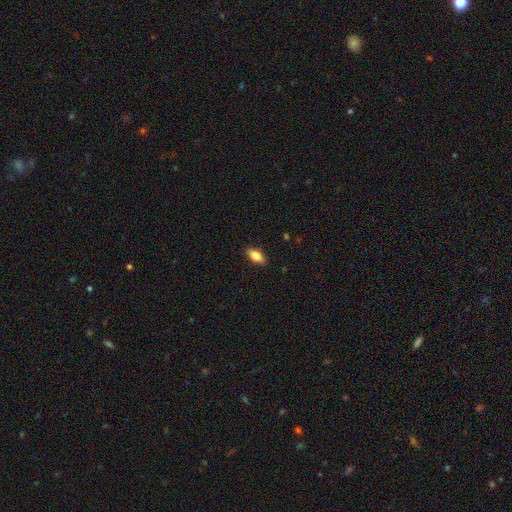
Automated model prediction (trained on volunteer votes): Morphology: type=smooth (82%); roundness=in between (88%); merging=none (89%).